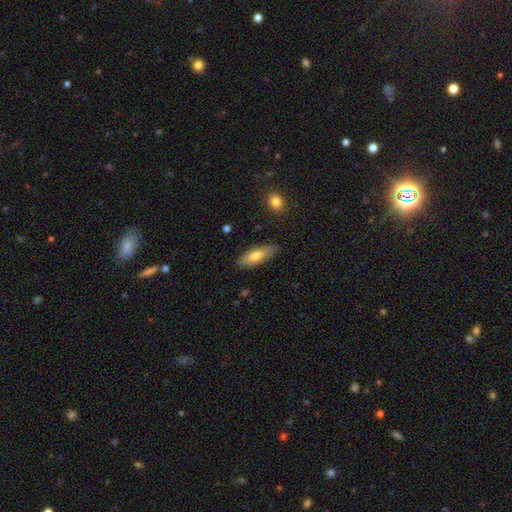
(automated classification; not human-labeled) This appears to be a smooth galaxy with no disk features (67%) that is in between round and cigar-shaped (71%). Merging: none (84%).